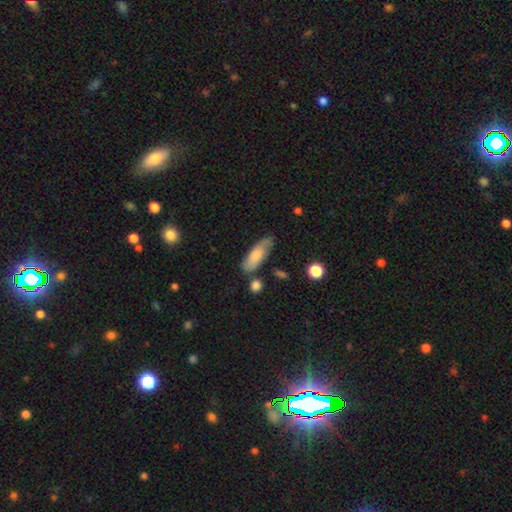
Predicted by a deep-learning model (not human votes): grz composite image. It shows a smooth galaxy with no disk features (73%) that is in between round and cigar-shaped (63%). Merging: none (67%).